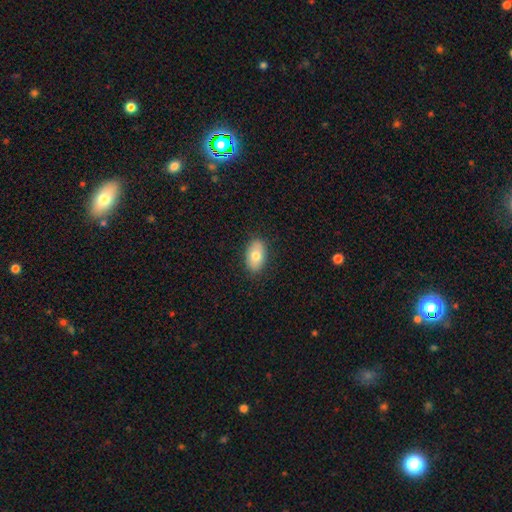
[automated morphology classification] A smooth galaxy with no disk features (76%) that is in between round and cigar-shaped (91%). Merging: none (87%).